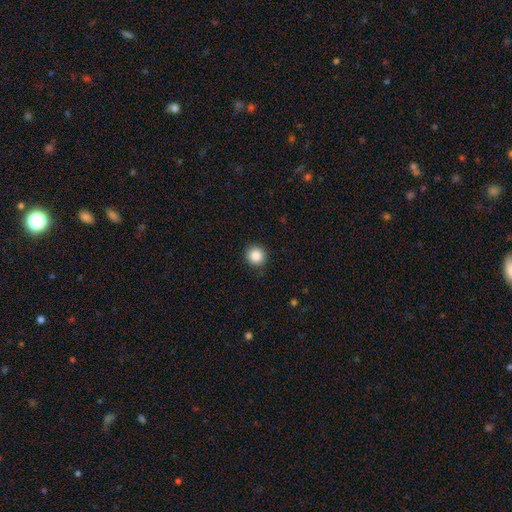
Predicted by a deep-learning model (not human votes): Smooth or featured? smooth (86%)
How rounded? round (93%)
Merging? none (90%)